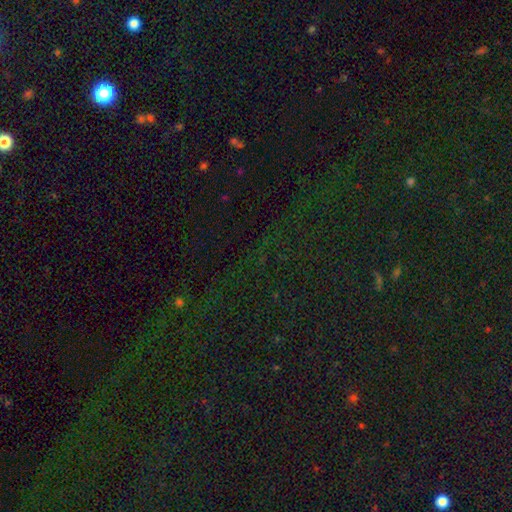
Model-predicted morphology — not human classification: This is likely a star or artifact rather than a galaxy (80%).